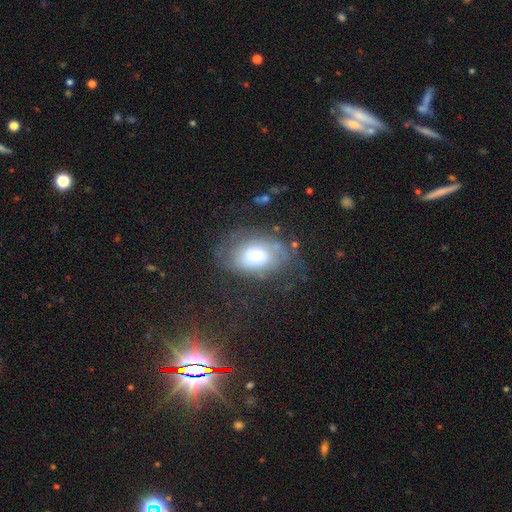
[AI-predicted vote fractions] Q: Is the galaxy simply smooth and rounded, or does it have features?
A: featured or disk — 57%.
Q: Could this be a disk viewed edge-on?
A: no — 94%.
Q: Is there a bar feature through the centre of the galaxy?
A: no — 68%.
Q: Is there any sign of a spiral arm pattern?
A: yes — 74%.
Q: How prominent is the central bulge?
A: moderate — 54%.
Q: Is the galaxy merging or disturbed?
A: none — 59%.